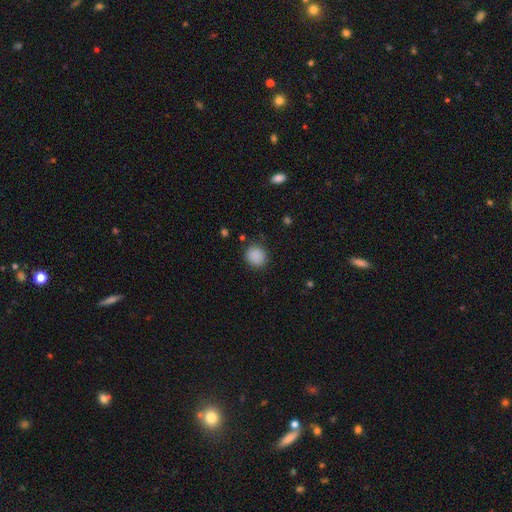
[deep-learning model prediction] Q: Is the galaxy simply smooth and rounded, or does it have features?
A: smooth — 88%.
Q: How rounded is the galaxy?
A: round — 83%.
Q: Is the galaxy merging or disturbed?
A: none — 85%.